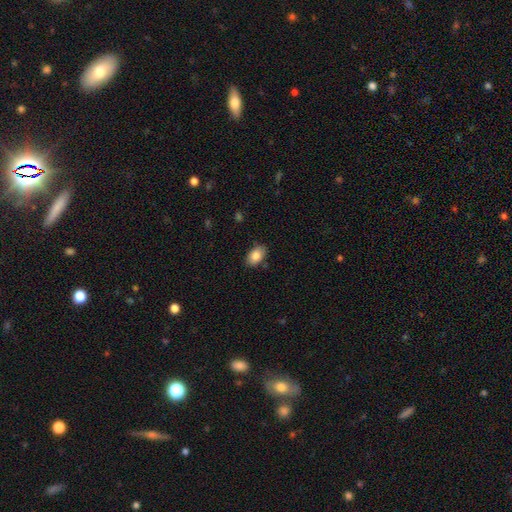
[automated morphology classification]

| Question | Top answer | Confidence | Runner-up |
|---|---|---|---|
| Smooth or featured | smooth | 86% | star or artifact (7%) |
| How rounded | in between | 90% | round (9%) |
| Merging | none | 84% | minor disturbance (12%) |